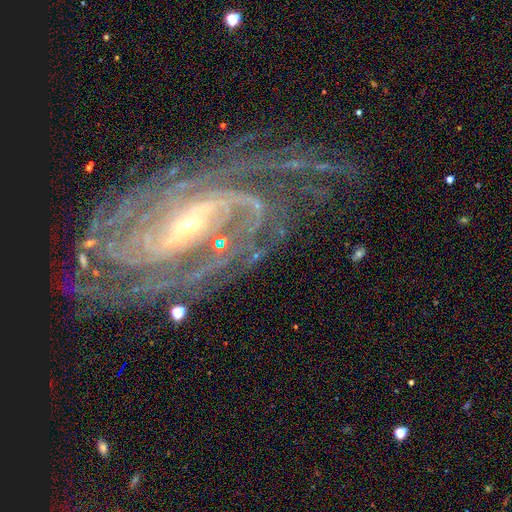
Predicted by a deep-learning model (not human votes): Smooth or featured? featured or disk (91%)
Edge-on disk? no (95%)
Bar? strong (41%)
Spiral arms? yes (98%)
Spiral winding? tight (63%)
Spiral arm count? 2 (20%)
Bulge size? small (67%)
Merging? none (65%)